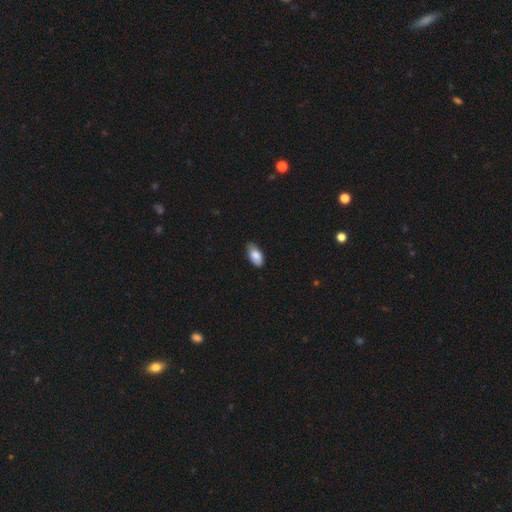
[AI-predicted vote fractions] Smooth or featured? smooth (83%)
How rounded? in between (93%)
Merging? none (72%)